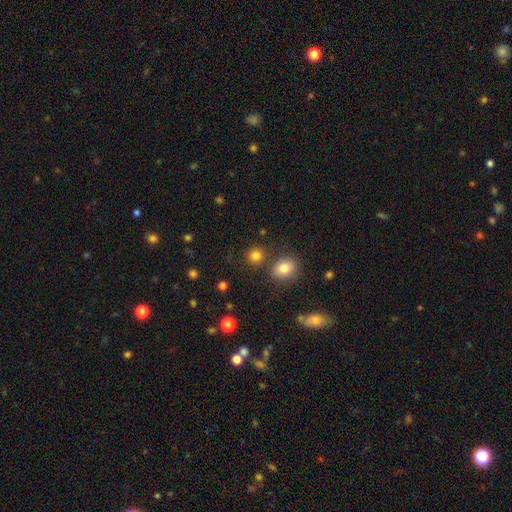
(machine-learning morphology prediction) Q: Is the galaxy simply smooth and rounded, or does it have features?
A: smooth — 82%.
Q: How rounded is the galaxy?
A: round — 84%.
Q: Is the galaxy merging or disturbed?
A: none — 79%.